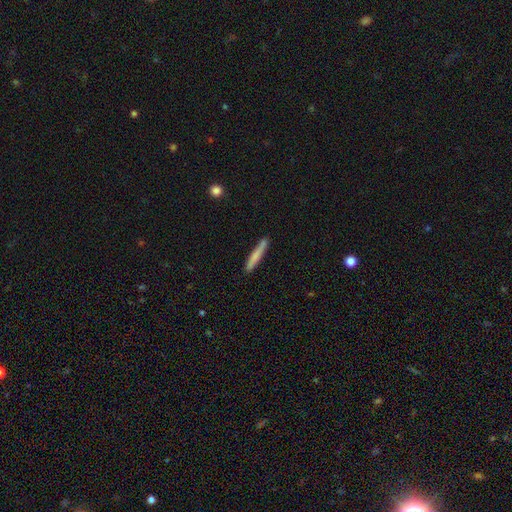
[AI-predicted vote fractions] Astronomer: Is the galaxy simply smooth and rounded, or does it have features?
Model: smooth — 72%.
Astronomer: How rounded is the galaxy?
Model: cigar-shaped — 95%.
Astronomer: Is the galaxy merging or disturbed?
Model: none — 84%.